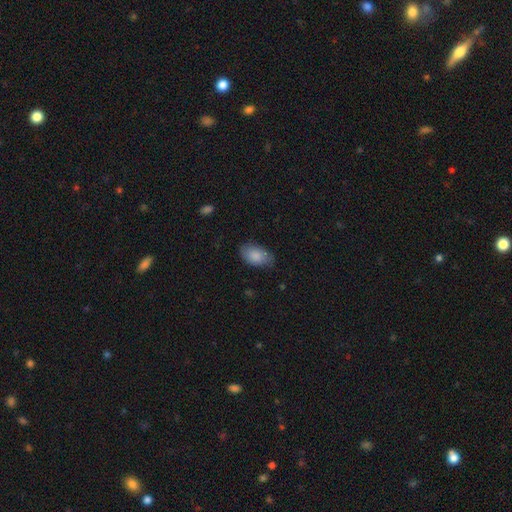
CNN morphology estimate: Q: Smooth or featured?
A: smooth (85%); runner-up: featured or disk (9%)
Q: How rounded?
A: in between (92%); runner-up: round (7%)
Q: Merging?
A: none (73%); runner-up: minor disturbance (22%)